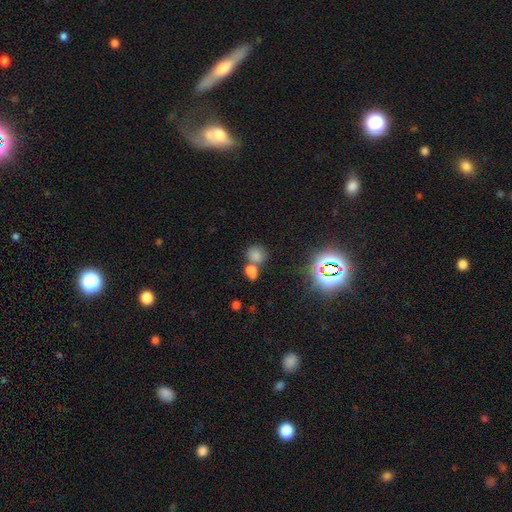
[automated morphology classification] Smooth or featured? Predicted: smooth (p=0.73). How rounded? Predicted: round (p=0.65). Merging? Predicted: merger (p=0.43).